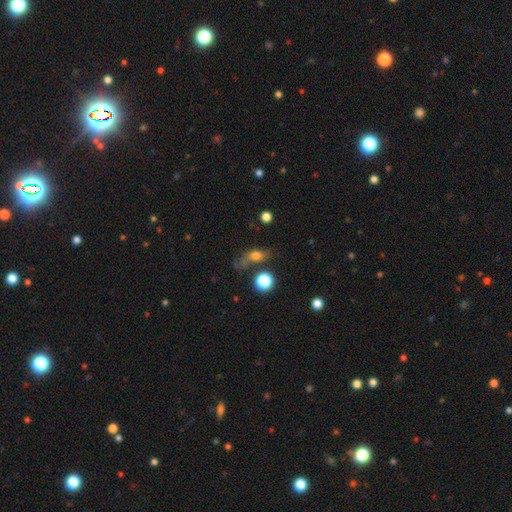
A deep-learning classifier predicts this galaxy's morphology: Overall: smooth (66%). How rounded: in between (55%; round 29%). Merging: none (44%; minor disturbance 25%).